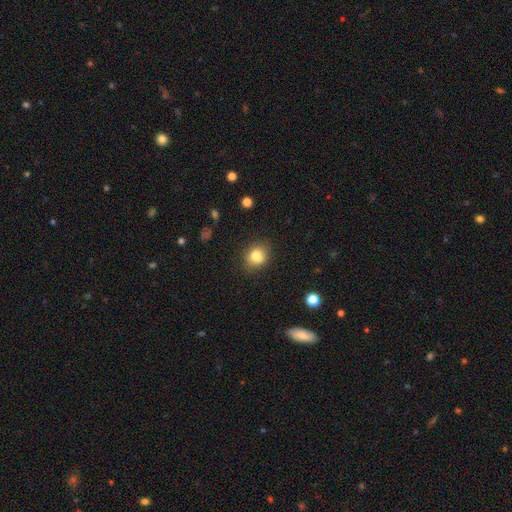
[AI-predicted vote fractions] smooth 80%, star or artifact 11%, featured or disk 9%. Down the decision tree: how rounded — round (67%); merging — none (79%).